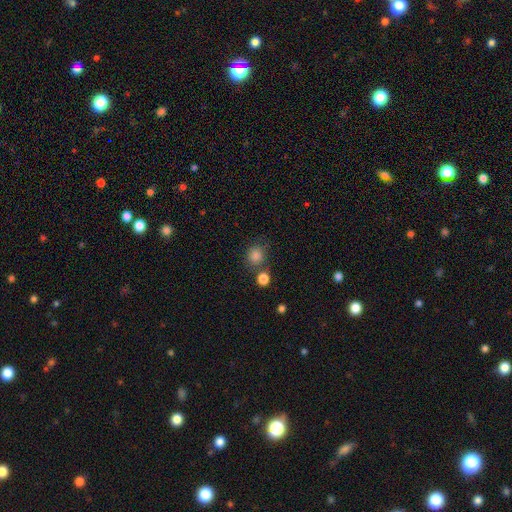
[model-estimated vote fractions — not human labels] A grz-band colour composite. It shows a smooth galaxy with no disk features (83%) that is round (83%). Merging: none (66%).